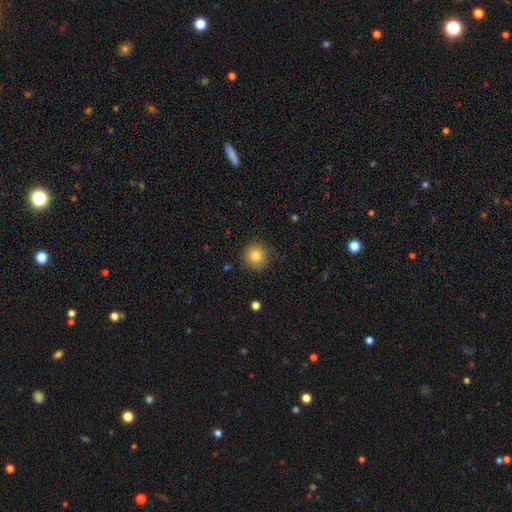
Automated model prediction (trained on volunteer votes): This is likely a smooth galaxy (80%). How rounded: clearly round (94%). Merging: clearly none (85%).